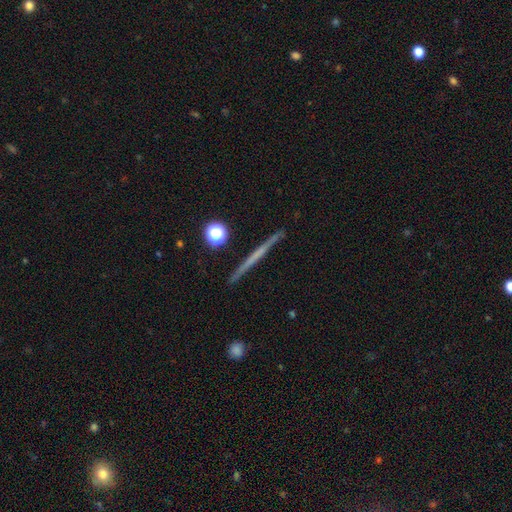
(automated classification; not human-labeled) featured or disk 58%, smooth 35%, star or artifact 7%. Down the decision tree: edge-on disk — yes (98%); edge-on bulge — none (86%); merging — none (92%).